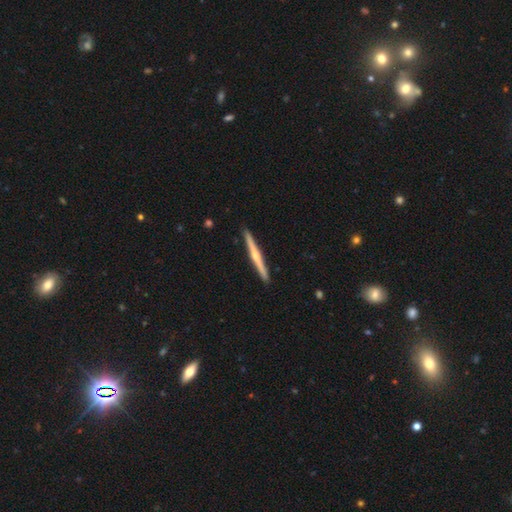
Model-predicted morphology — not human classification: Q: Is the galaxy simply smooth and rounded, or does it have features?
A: featured or disk — 68%.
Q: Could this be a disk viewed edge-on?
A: yes — 98%.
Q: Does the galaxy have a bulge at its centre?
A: rounded — 75%.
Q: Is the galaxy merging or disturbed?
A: none — 92%.